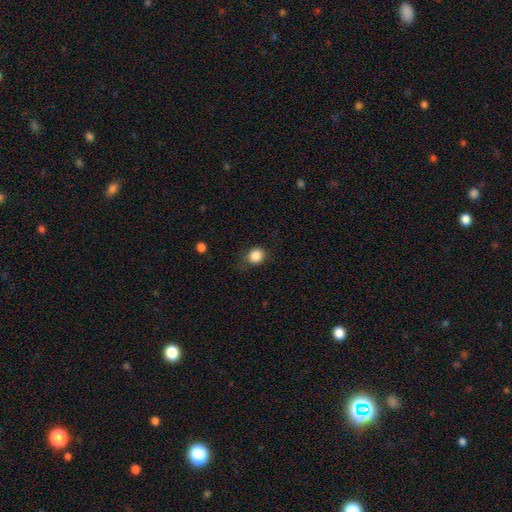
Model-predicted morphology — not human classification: This appears to be a smooth galaxy with no disk features (86%) that is round (79%). Merging: none (73%).